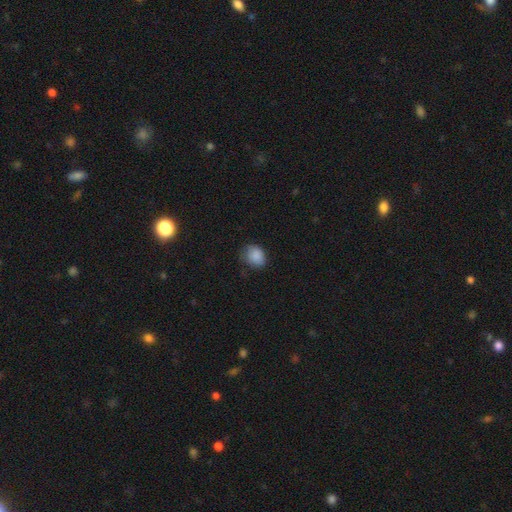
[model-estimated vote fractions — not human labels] Overall: smooth (87%). How rounded: round (52%; in between 47%). Merging: none (65%; minor disturbance 27%).